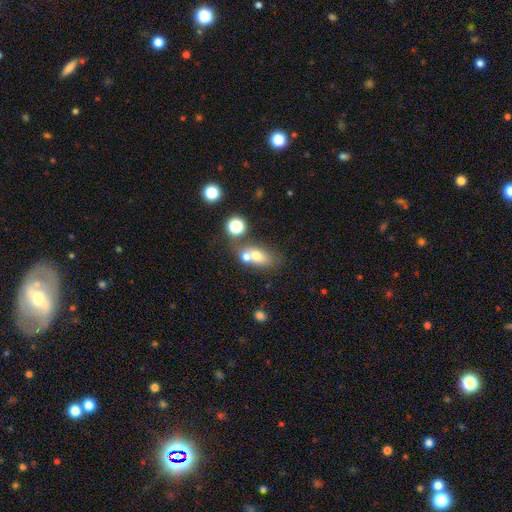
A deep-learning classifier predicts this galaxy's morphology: The model was most divided on "merging": merger: 51%, none: 34%, minor disturbance: 10%, major disturbance: 6%. More confident: how rounded — in between (69%); smooth or featured — smooth (66%).